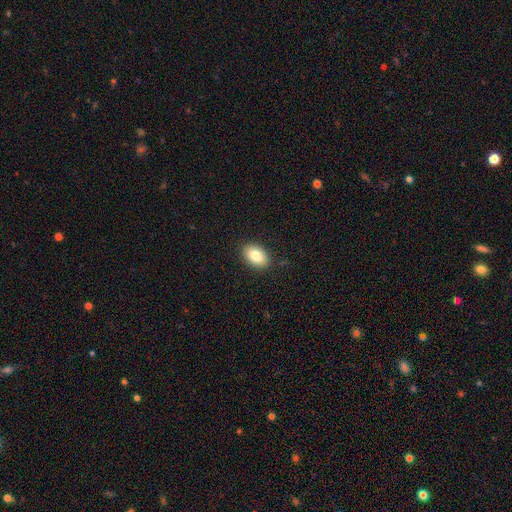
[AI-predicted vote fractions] smooth 82%, featured or disk 10%, star or artifact 8%. Down the decision tree: how rounded — in between (87%); merging — none (88%).